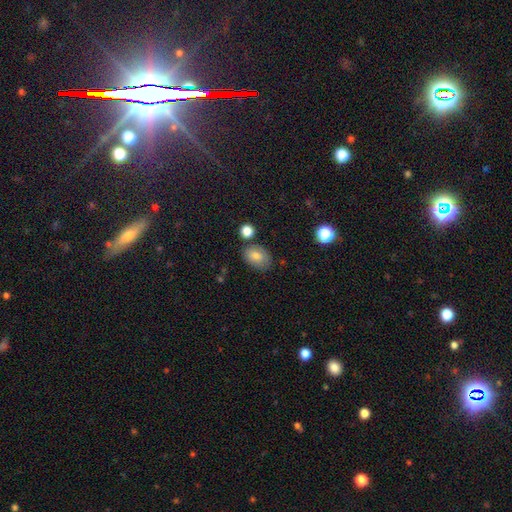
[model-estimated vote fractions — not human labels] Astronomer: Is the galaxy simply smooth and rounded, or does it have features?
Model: smooth — 79%.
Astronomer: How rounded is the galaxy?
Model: in between — 79%.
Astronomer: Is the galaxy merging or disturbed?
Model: none — 70%.